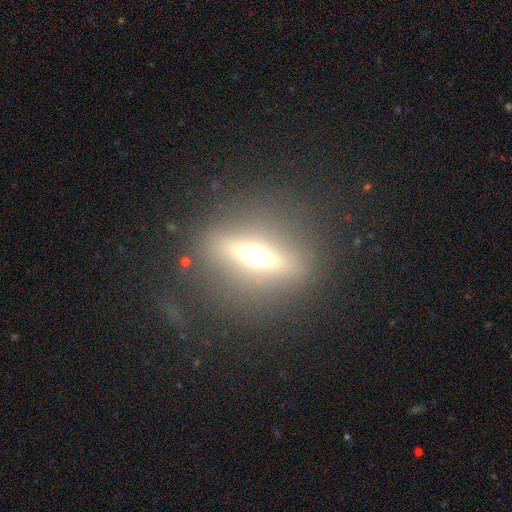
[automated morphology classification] smooth-or-featured: featured or disk: 65% | smooth: 23% | star or artifact: 12%
  disk-edge-on: yes: 82% | no: 18%
    edge-on-bulge: rounded: 93% | boxy: 4% | none: 3%
  merging: none: 81% | minor disturbance: 9% | major disturbance: 8% | merger: 2%